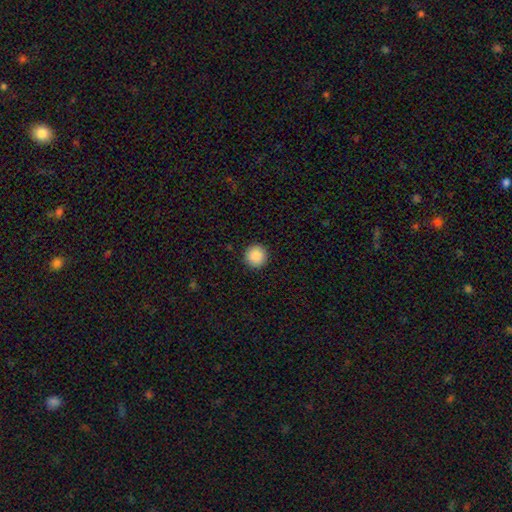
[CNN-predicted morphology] A smooth galaxy with no disk features (89%) that is round (95%).

Vote fractions:
- Smooth or featured? smooth: 89% / star or artifact: 8% / featured or disk: 2%
- How rounded? round: 95% / in between: 4% / cigar-shaped: 1%
- Merging? none: 93% / minor disturbance: 5% / major disturbance: 2% / merger: 1%